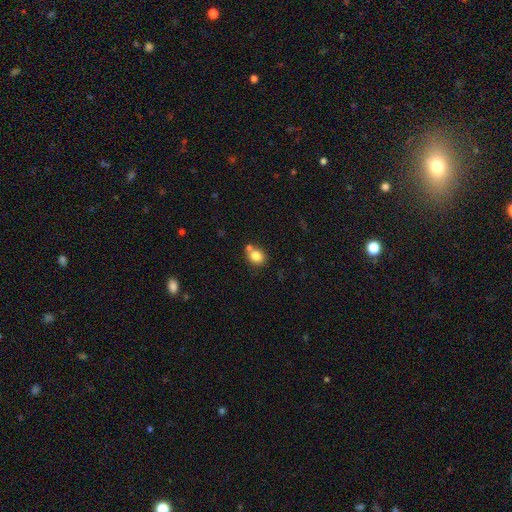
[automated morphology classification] The model was most divided on "merging": none: 59%, merger: 25%, minor disturbance: 12%, major disturbance: 4%. More confident: smooth or featured — smooth (81%); how rounded — round (68%).